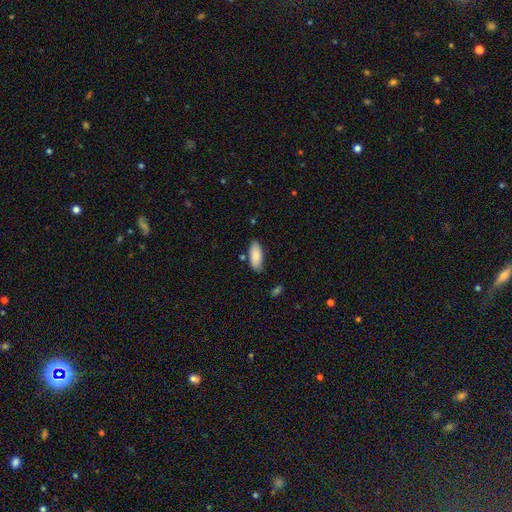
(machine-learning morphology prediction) A smooth galaxy with no disk features (87%) that is in between round and cigar-shaped (82%). Merging: none (81%).